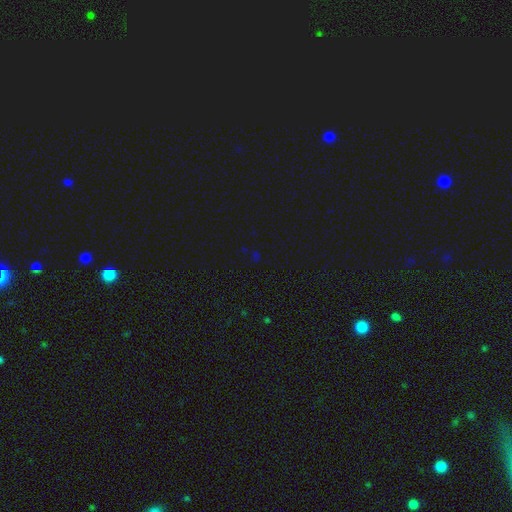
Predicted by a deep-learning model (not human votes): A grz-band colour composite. It shows a star or artifact, not a galaxy (70%).